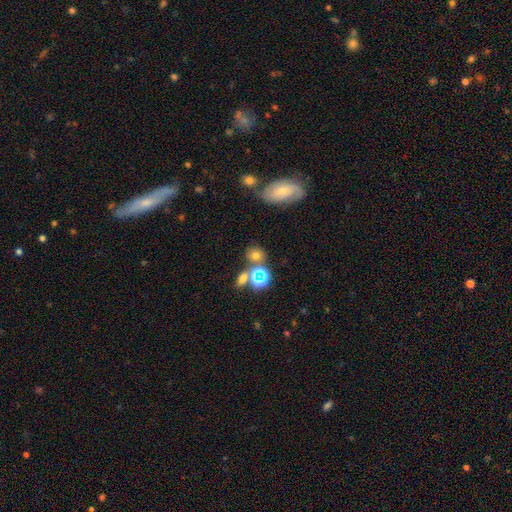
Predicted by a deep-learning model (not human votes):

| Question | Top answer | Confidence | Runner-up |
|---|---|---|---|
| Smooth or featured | smooth | 64% | star or artifact (23%) |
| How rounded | round | 65% | in between (33%) |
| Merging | none | 65% | merger (20%) |